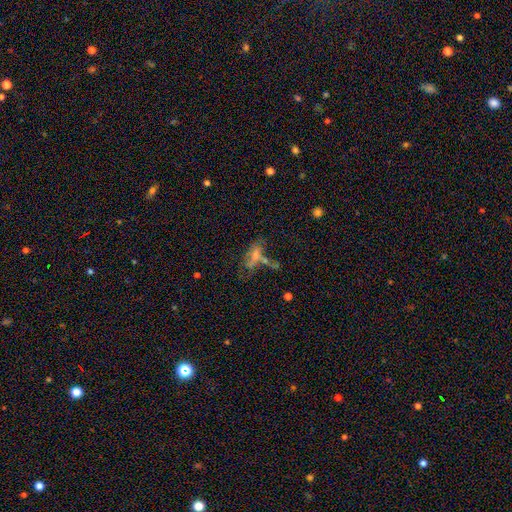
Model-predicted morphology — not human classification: Smooth or featured: featured or disk — 40% (smooth — 39%)
Merging: none — 41% (merger — 25%)